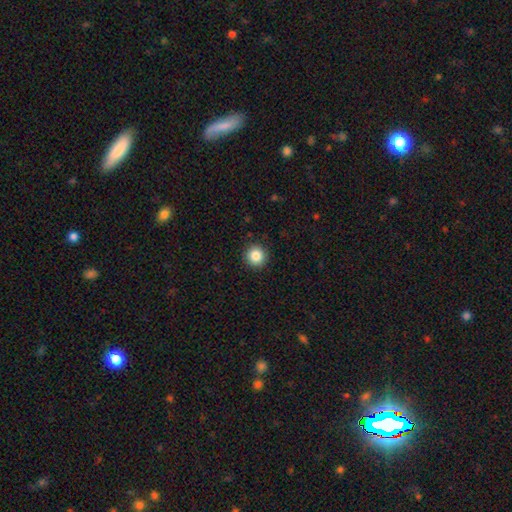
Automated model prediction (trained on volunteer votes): A smooth galaxy with no disk features (85%) that is round (95%).

Vote fractions:
- Smooth or featured? smooth: 85% / star or artifact: 10% / featured or disk: 5%
- How rounded? round: 95% / in between: 4% / cigar-shaped: 1%
- Merging? none: 92% / minor disturbance: 5% / major disturbance: 2% / merger: 1%